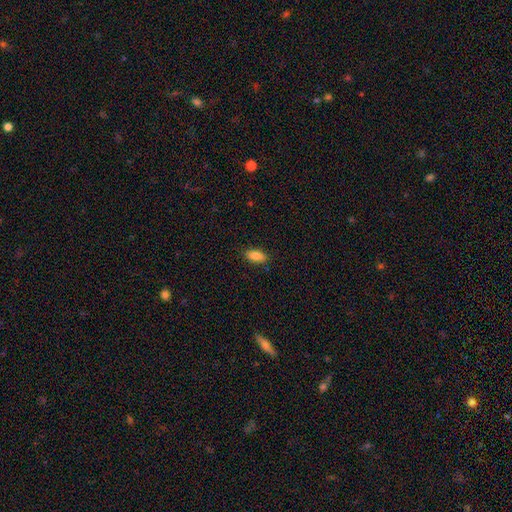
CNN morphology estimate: A smooth galaxy with no disk features (85%) that is in between round and cigar-shaped (87%). Merging: none (86%).